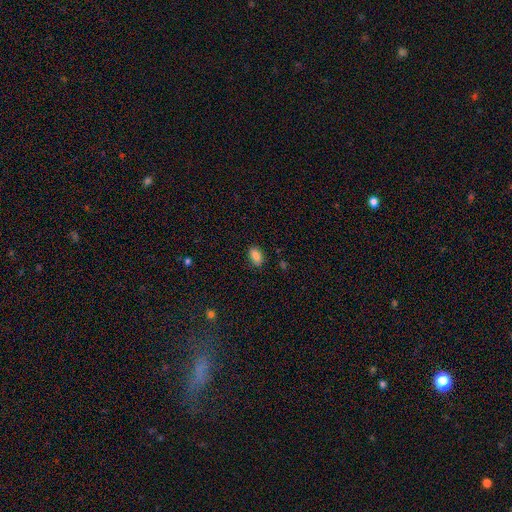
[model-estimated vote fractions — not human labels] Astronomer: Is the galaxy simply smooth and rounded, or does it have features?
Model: smooth — 86%.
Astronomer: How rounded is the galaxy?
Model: in between — 90%.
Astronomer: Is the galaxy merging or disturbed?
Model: none — 86%.